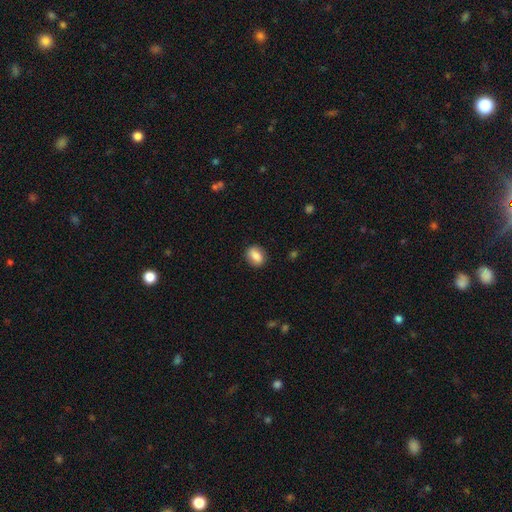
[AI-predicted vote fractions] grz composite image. It shows a smooth galaxy with no disk features (83%) that is in between round and cigar-shaped (65%). Merging: none (87%).